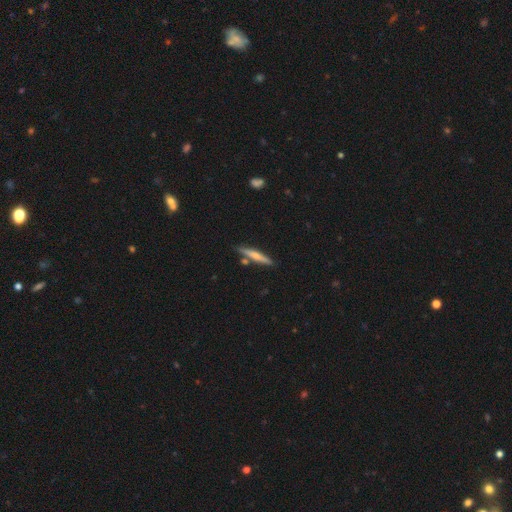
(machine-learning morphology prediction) smooth-or-featured: smooth: 50% | featured or disk: 44% | star or artifact: 6%
  how-rounded: cigar-shaped: 92% | in between: 6% | round: 2%
  merging: none: 81% | minor disturbance: 10% | merger: 7% | major disturbance: 2%